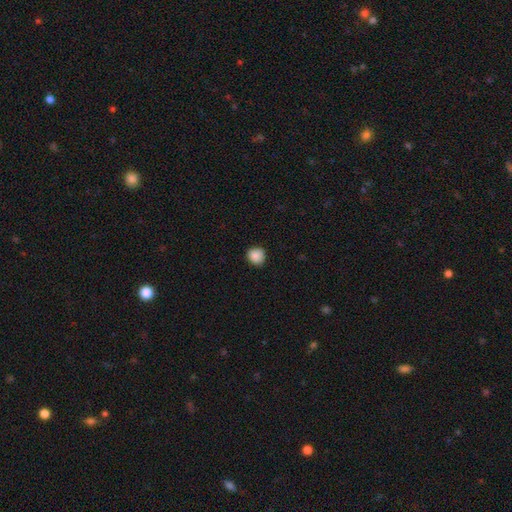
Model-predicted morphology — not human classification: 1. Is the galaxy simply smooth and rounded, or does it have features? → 88% smooth, 9% star or artifact, 3% featured or disk.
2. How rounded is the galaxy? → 89% round, 10% in between, 1% cigar-shaped.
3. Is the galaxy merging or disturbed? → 87% none, 10% minor disturbance, 2% major disturbance, 1% merger.